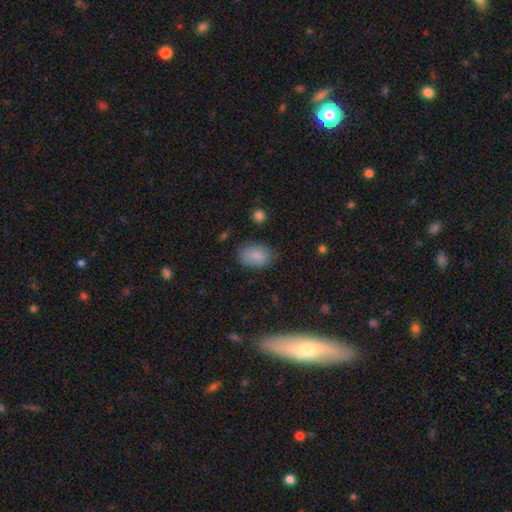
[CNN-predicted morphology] smooth-or-featured: smooth: 85% | star or artifact: 8% | featured or disk: 7%
  how-rounded: in between: 83% | round: 16% | cigar-shaped: 1%
  merging: none: 75% | minor disturbance: 18% | major disturbance: 5% | merger: 2%